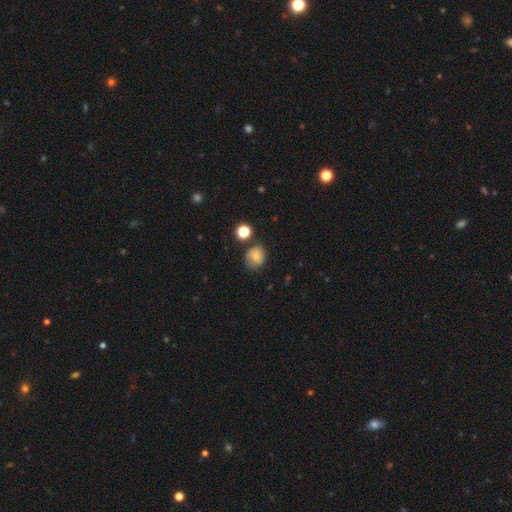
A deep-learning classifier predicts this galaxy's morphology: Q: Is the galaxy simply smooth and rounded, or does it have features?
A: smooth — 78%.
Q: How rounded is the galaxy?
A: round — 70%.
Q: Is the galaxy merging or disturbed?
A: none — 66%.